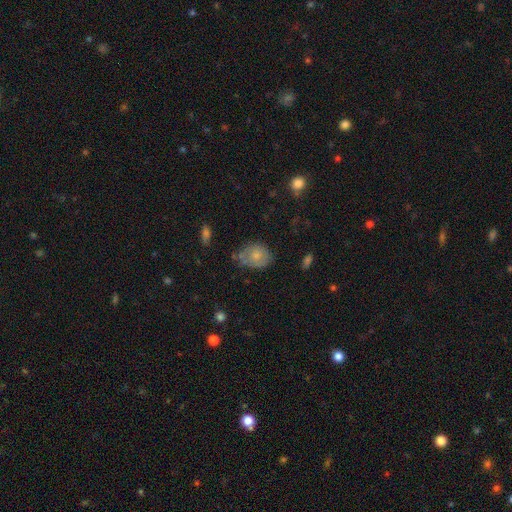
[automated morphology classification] type=smooth (68%); roundness=in between (55%); merging=none (55%).